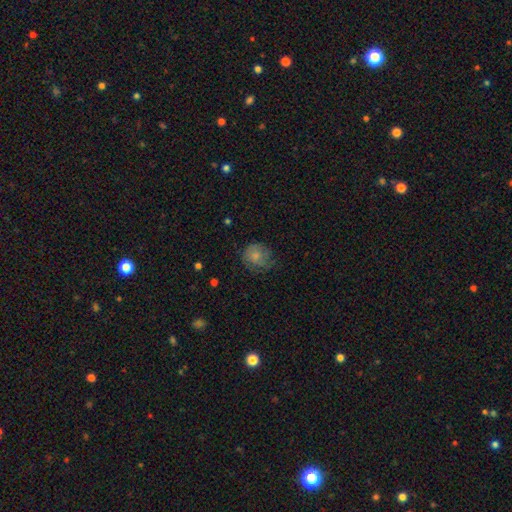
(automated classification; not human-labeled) smooth-or-featured: smooth: 74% | featured or disk: 17% | star or artifact: 9%
  how-rounded: round: 83% | in between: 16% | cigar-shaped: 1%
  merging: none: 62% | minor disturbance: 26% | major disturbance: 11% | merger: 1%